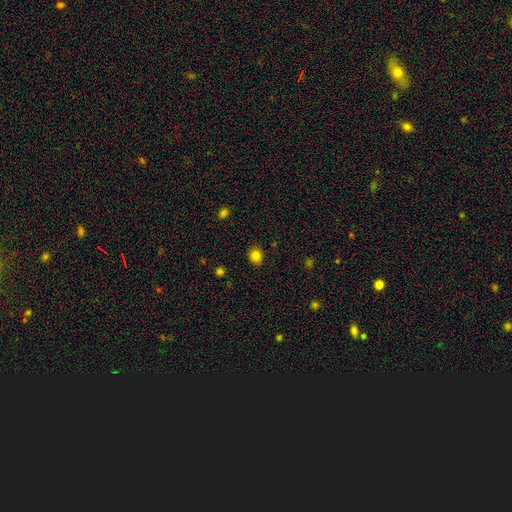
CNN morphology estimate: Smooth or featured: smooth — 82% (star or artifact — 12%)
How rounded: round — 75% (in between — 24%)
Merging: none — 90% (minor disturbance — 7%)